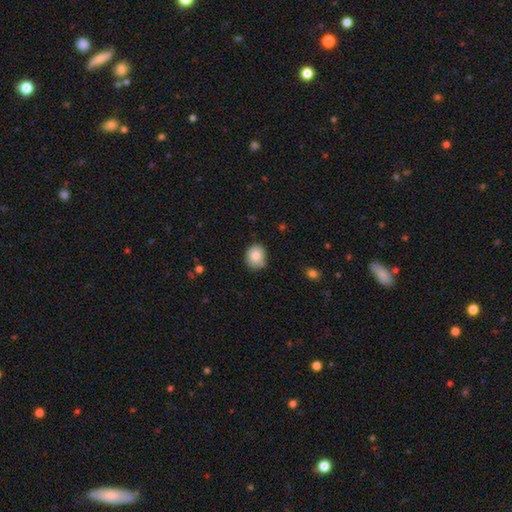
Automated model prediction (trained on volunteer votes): Morphology: type=smooth (83%); roundness=round (67%); merging=none (74%).